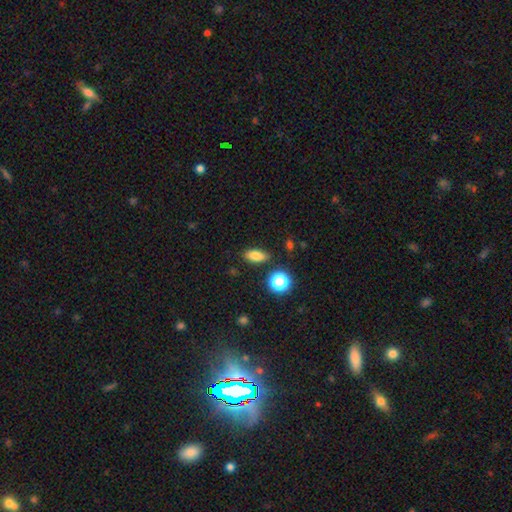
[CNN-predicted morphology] The model was most divided on "how rounded": in between: 79%, cigar-shaped: 11%, round: 10%. More confident: merging — none (84%); smooth or featured — smooth (80%).